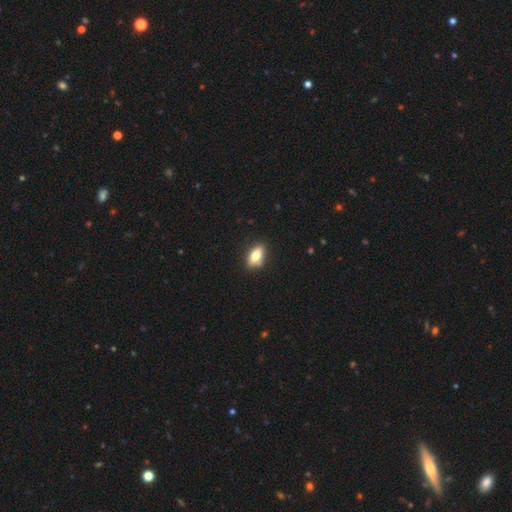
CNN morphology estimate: smooth 73%, featured or disk 19%, star or artifact 8%. Down the decision tree: how rounded — in between (82%); merging — none (82%).